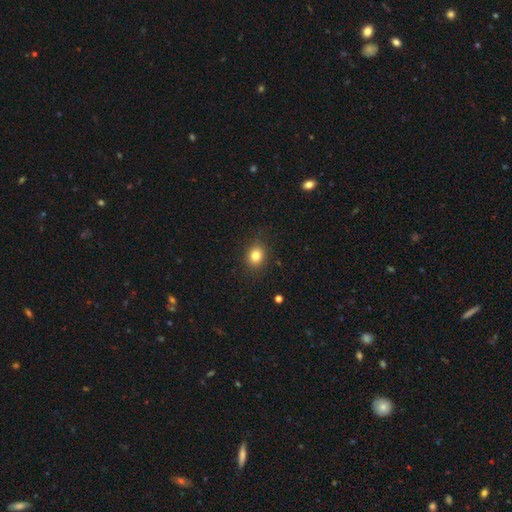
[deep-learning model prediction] Q: Smooth or featured?
A: smooth (81%); runner-up: star or artifact (11%)
Q: How rounded?
A: round (59%); runner-up: in between (40%)
Q: Merging?
A: none (87%); runner-up: minor disturbance (9%)